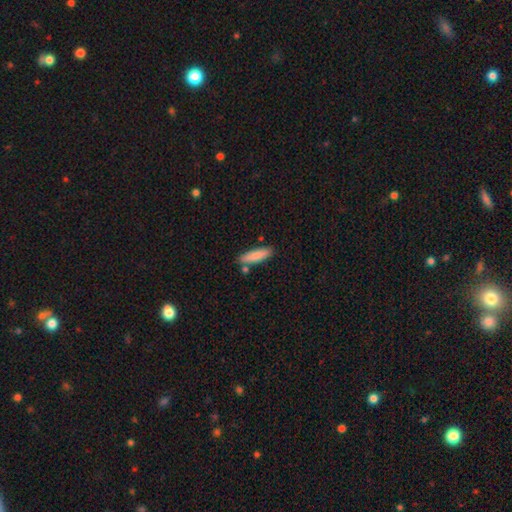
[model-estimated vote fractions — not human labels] smooth 84%, featured or disk 10%, star or artifact 6%. Down the decision tree: how rounded — cigar-shaped (69%); merging — none (79%).